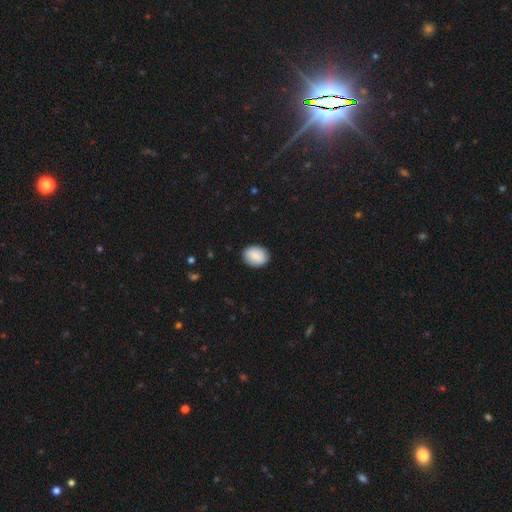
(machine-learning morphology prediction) Q: Smooth or featured?
A: smooth (86%); runner-up: featured or disk (7%)
Q: How rounded?
A: in between (60%); runner-up: round (39%)
Q: Merging?
A: none (88%); runner-up: minor disturbance (9%)